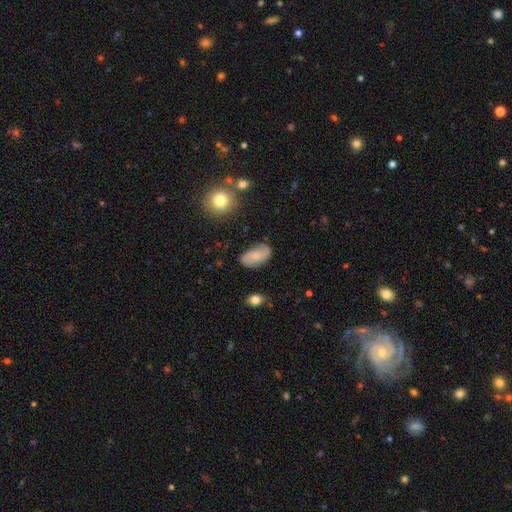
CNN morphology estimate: The model was most divided on "smooth or featured": smooth: 63%, featured or disk: 29%, star or artifact: 8%. More confident: how rounded — in between (92%); merging — none (77%).